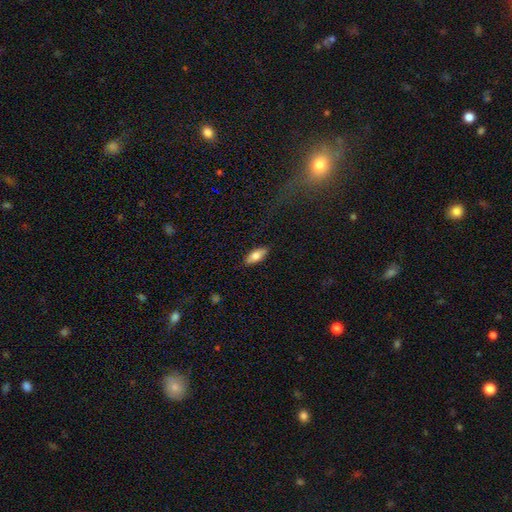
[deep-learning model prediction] Overall: smooth (73%). How rounded: in between (75%). Merging: none (87%).